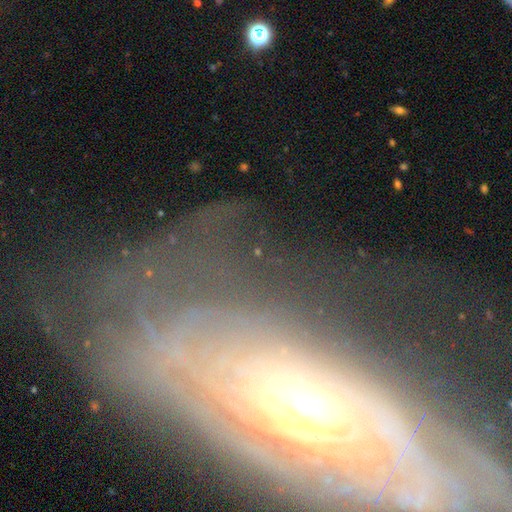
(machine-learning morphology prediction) Smooth or featured? featured or disk (66%)
Edge-on disk? no (81%)
Bar? no (69%)
Spiral arms? yes (70%)
Bulge size? moderate (51%)
Merging? none (65%)